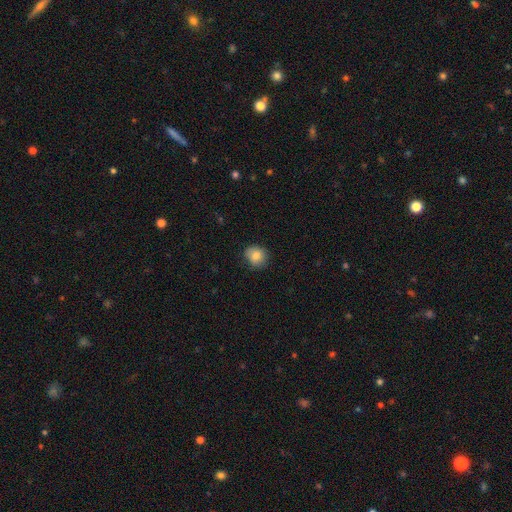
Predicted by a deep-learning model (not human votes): Smooth or featured? Predicted: smooth (p=0.84). How rounded? Predicted: round (p=0.78). Merging? Predicted: none (p=0.79).